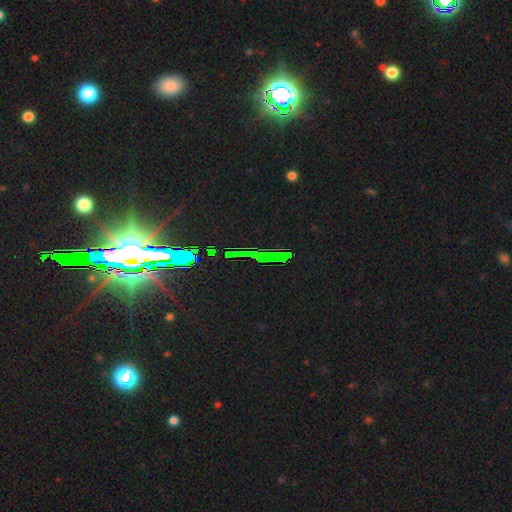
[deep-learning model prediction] Smooth or featured? Predicted: star or artifact (p=0.78).